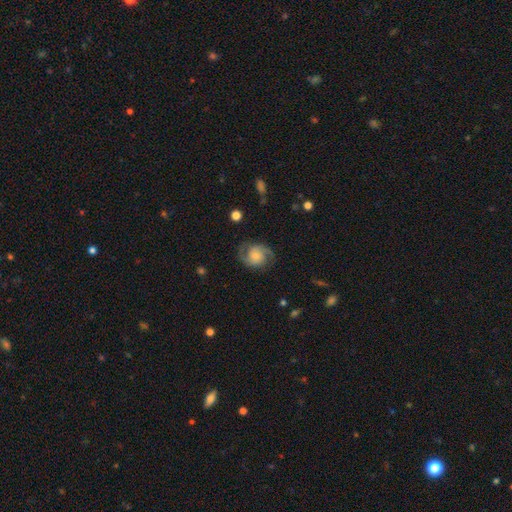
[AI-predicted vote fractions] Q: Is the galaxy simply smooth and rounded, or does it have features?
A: featured or disk — 79%.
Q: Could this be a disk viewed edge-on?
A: no — 98%.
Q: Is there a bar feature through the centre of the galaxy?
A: no — 69%.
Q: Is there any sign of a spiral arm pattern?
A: yes — 96%.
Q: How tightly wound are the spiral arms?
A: medium — 52%.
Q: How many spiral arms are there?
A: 2 — 90%.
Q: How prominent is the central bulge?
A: small — 48%.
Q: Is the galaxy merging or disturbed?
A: none — 76%.